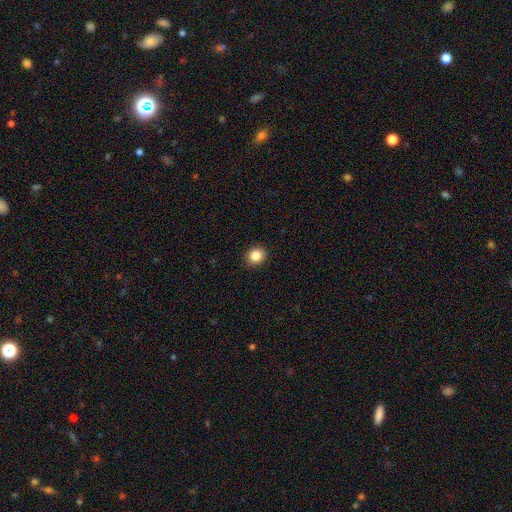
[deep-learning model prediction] A smooth galaxy with no disk features (86%) that is round (76%). Merging: none (91%).